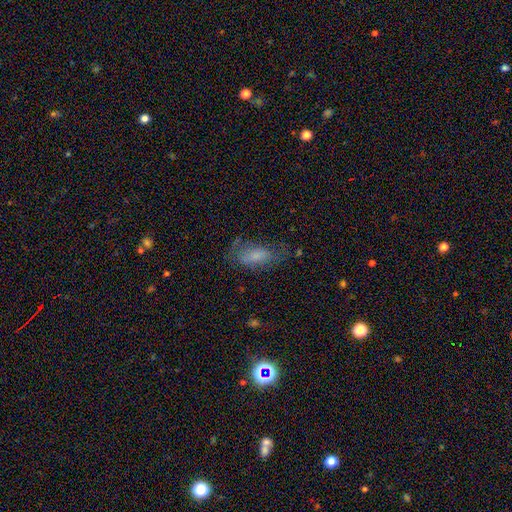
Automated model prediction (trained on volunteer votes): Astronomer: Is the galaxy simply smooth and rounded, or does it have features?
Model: smooth — 59%.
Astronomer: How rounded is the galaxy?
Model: in between — 83%.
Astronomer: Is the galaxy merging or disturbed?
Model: none — 55%.